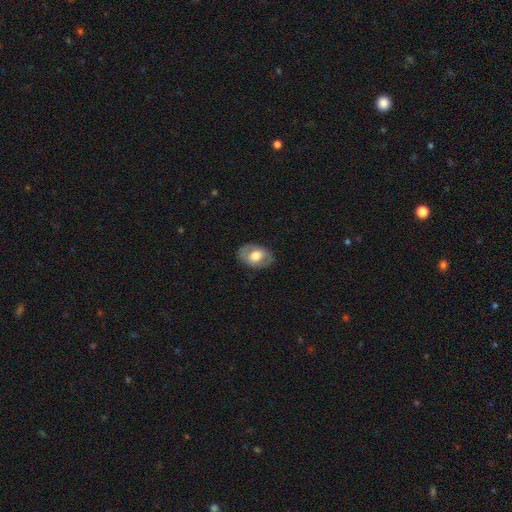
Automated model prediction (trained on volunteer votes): This is possibly a smooth galaxy (57%). How rounded: clearly in between (83%). Merging: clearly none (81%).